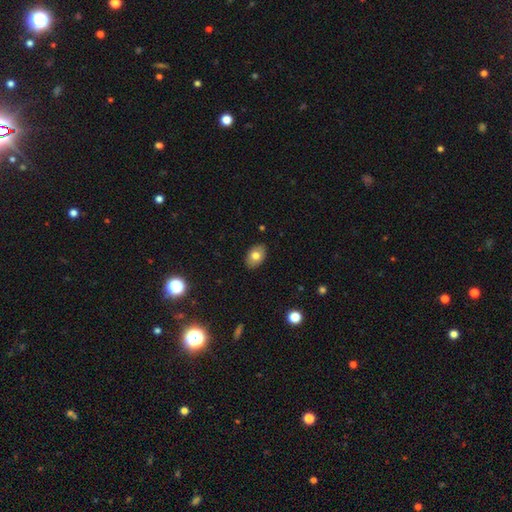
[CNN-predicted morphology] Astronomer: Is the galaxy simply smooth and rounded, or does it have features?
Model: smooth — 76%.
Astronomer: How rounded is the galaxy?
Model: in between — 86%.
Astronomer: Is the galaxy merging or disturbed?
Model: none — 88%.